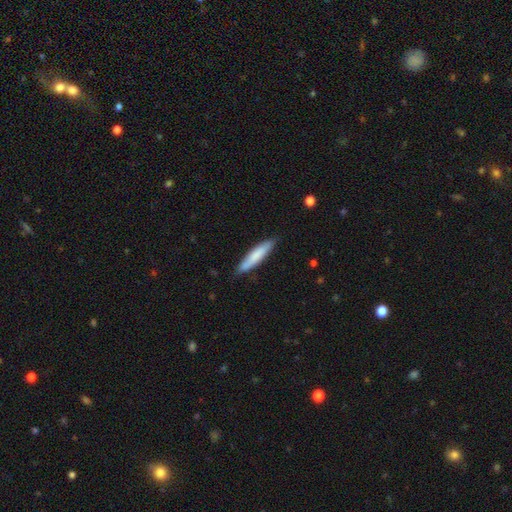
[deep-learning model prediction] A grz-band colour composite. It shows a smooth galaxy with no disk features (76%) that is cigar-shaped (84%). Merging: none (82%).